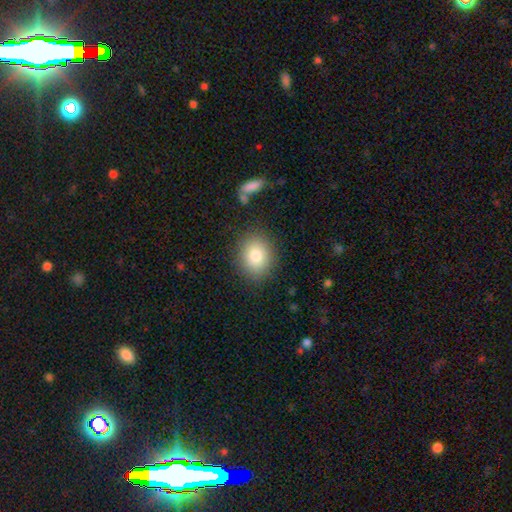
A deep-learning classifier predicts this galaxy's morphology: Smooth or featured? smooth (82%)
How rounded? round (56%)
Merging? none (85%)